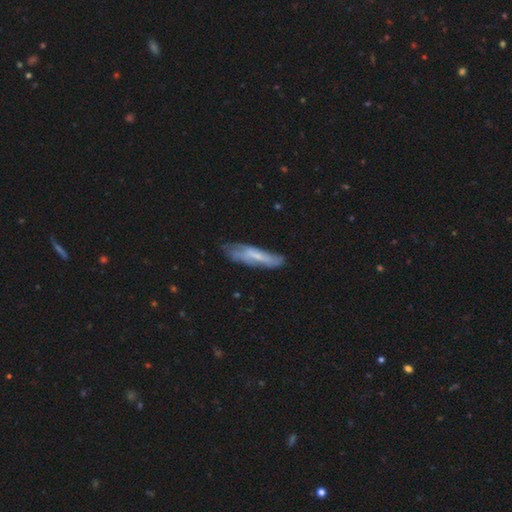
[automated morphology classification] Smooth or featured: smooth — 49% (featured or disk — 44%)
Merging: none — 58% (minor disturbance — 29%)